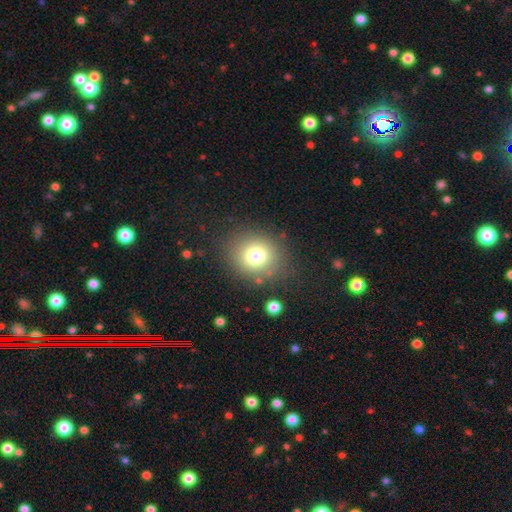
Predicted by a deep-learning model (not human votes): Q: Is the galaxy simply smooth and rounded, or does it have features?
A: smooth — 75%.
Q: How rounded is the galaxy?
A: round — 78%.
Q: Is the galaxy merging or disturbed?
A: none — 82%.